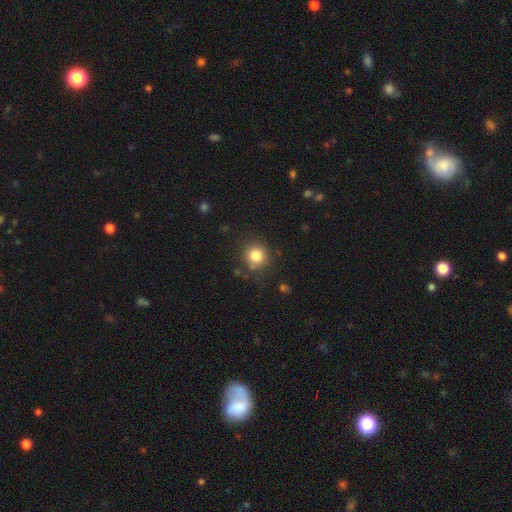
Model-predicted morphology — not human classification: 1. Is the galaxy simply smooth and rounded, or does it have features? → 81% smooth, 12% star or artifact, 7% featured or disk.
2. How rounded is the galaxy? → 91% round, 8% in between, 1% cigar-shaped.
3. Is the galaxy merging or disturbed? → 84% none, 10% minor disturbance, 4% major disturbance, 3% merger.